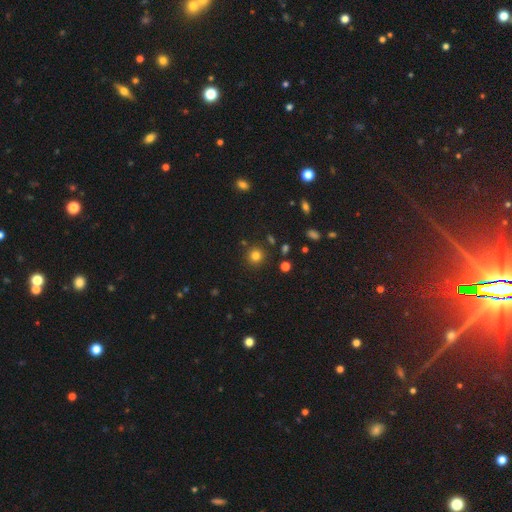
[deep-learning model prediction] The model was most divided on "smooth or featured": smooth: 80%, star or artifact: 15%, featured or disk: 6%. More confident: how rounded — round (93%); merging — none (88%).